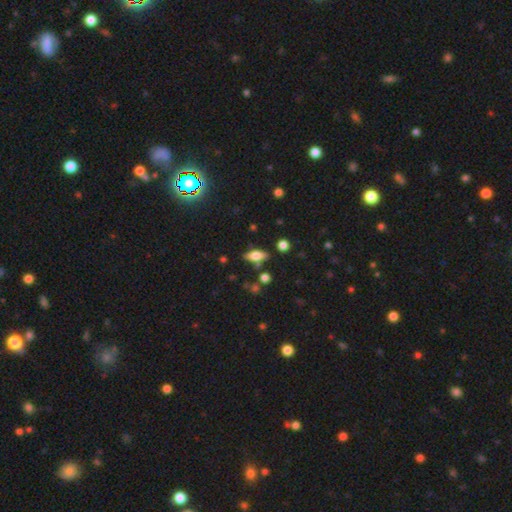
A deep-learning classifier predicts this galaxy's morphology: type=smooth (62%); roundness=in between (73%); merging=none (79%).